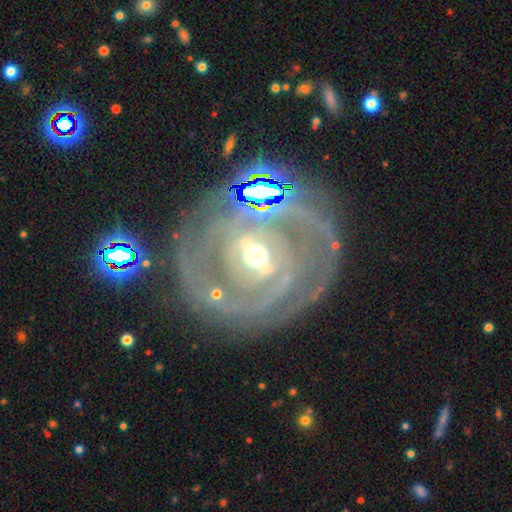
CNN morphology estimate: featured or disk 86%, star or artifact 7%, smooth 7%. Down the decision tree: edge-on disk — no (96%); bar — strong (47%); spiral arms — yes (88%); spiral arm count — 2 (45%); spiral winding — tight (54%); bulge size — moderate (60%); merging — none (63%).